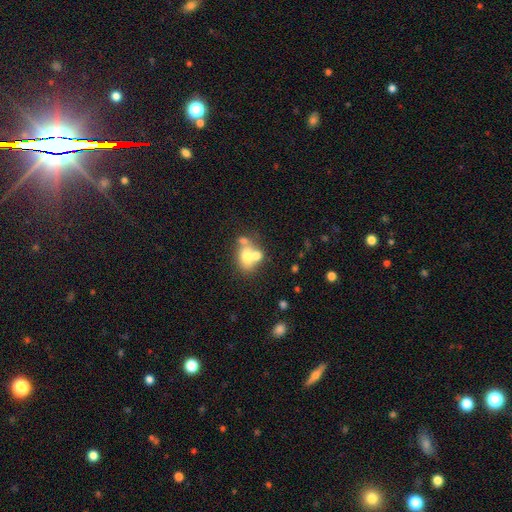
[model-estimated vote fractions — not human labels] Overall: smooth (63%; featured or disk 26%). How rounded: in between (61%; round 37%). Merging: merger (51%; none 33%).